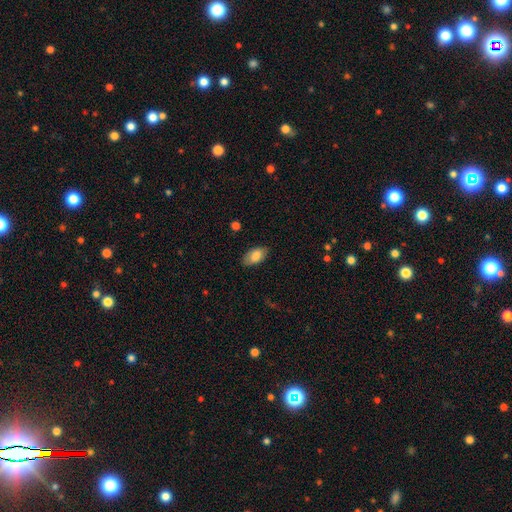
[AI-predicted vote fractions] smooth_or_featured: smooth (p=0.81) [alt: featured or disk p=0.12]
how_rounded: in between (p=0.93) [alt: round p=0.03]
merging: none (p=0.83) [alt: minor disturbance p=0.13]